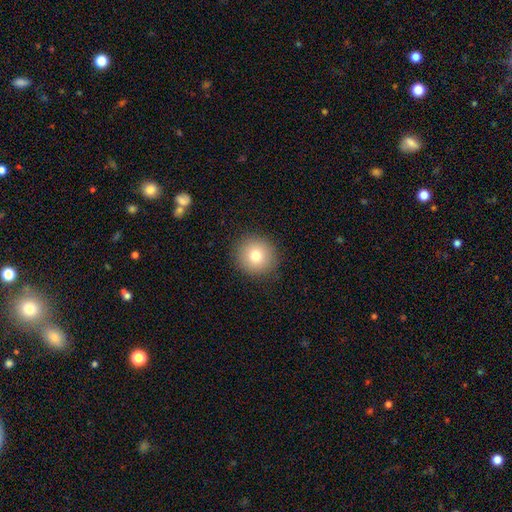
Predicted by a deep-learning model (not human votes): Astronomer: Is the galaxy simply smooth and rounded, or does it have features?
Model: smooth — 77%.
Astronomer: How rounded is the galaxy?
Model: round — 92%.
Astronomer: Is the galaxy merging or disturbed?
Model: none — 90%.